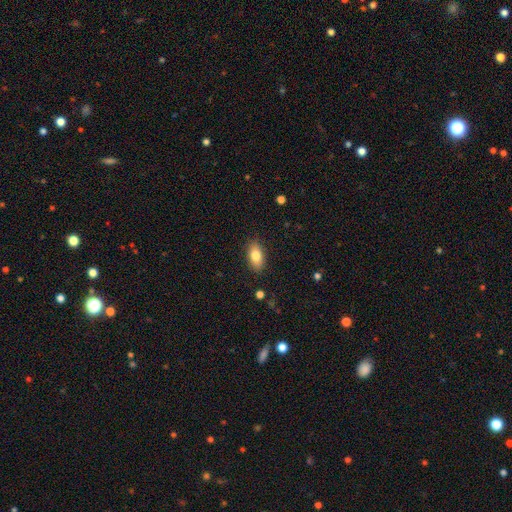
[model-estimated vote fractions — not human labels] Smooth or featured? smooth (81%)
How rounded? in between (90%)
Merging? none (88%)